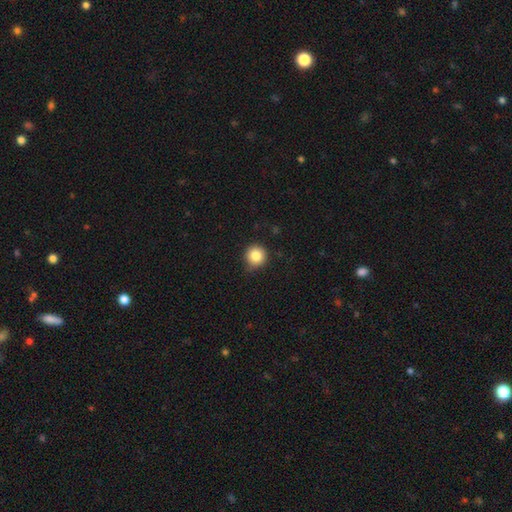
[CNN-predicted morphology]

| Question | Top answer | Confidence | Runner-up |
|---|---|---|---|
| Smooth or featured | smooth | 84% | star or artifact (10%) |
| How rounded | round | 94% | in between (5%) |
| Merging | none | 83% | minor disturbance (14%) |